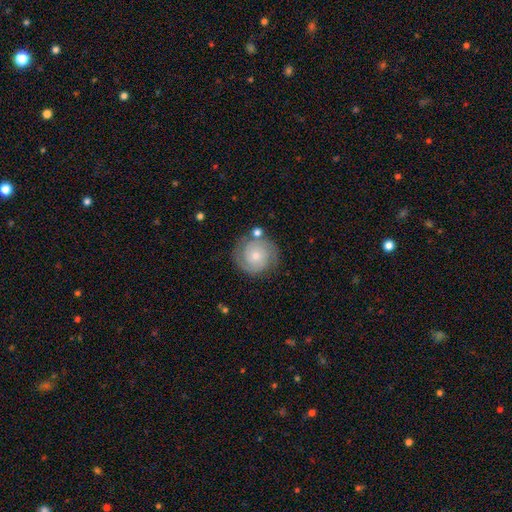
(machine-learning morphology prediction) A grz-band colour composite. It shows a featured or disk galaxy (64%) with no bar (78%), 2 (66%) tight (65%) spiral arms (90%) and a small central bulge (56%). Merging: none (74%).